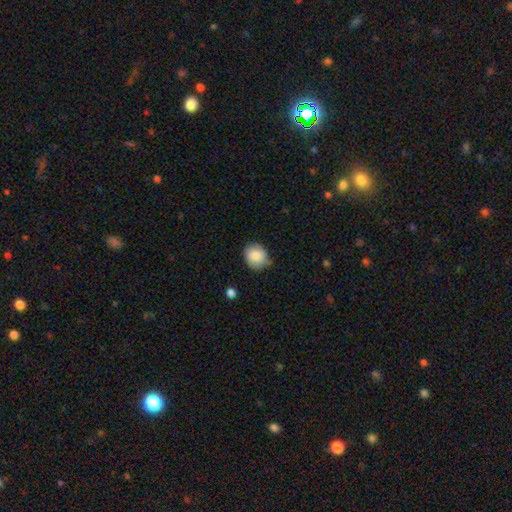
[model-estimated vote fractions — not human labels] smooth-or-featured: smooth: 84% | featured or disk: 8% | star or artifact: 8%
  how-rounded: round: 78% | in between: 21% | cigar-shaped: 1%
  merging: none: 72% | minor disturbance: 22% | major disturbance: 4% | merger: 2%